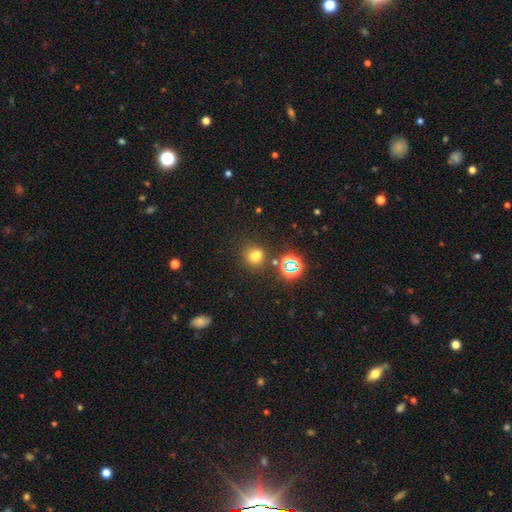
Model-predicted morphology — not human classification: Overall: smooth (67%). How rounded: round (71%). Merging: none (69%).